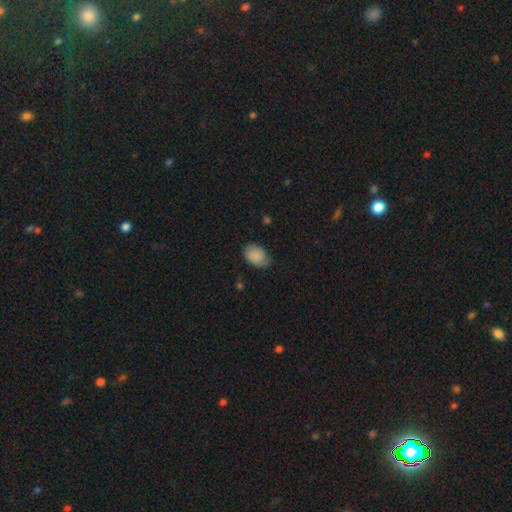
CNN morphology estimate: A smooth galaxy with no disk features (80%) that is in between round and cigar-shaped (82%).

Vote fractions:
- Smooth or featured? smooth: 80% / featured or disk: 13% / star or artifact: 8%
- How rounded? in between: 82% / round: 17% / cigar-shaped: 1%
- Merging? none: 66% / minor disturbance: 27% / major disturbance: 6% / merger: 1%